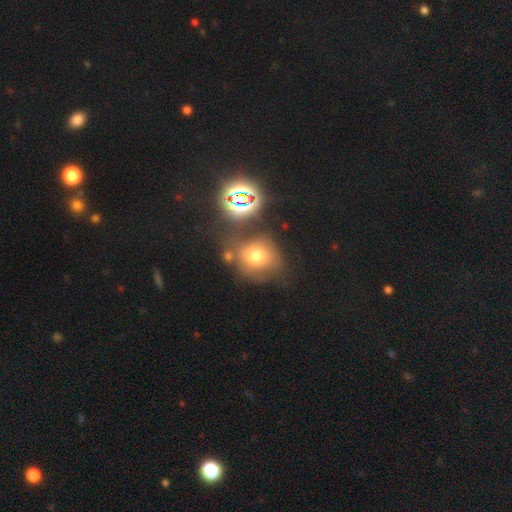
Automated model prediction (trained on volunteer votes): smooth 64%, star or artifact 22%, featured or disk 14%. Down the decision tree: how rounded — round (81%); merging — none (59%).